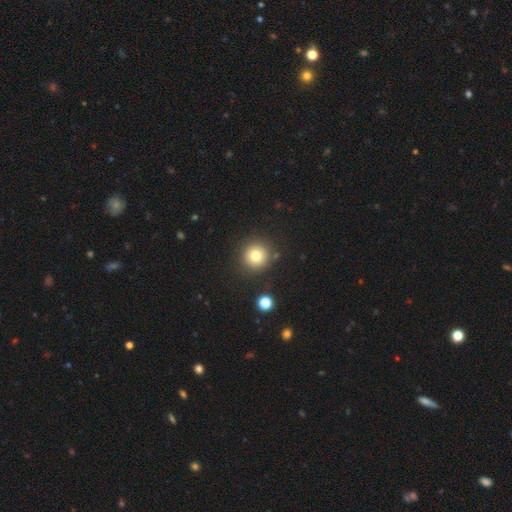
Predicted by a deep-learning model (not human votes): Smooth or featured?
  - smooth: 79% *
  - star or artifact: 13%
  - featured or disk: 8%
How rounded?
  - round: 95% *
  - in between: 4%
  - cigar-shaped: 1%
Merging?
  - none: 86% *
  - minor disturbance: 7%
  - merger: 4%
  - major disturbance: 3%